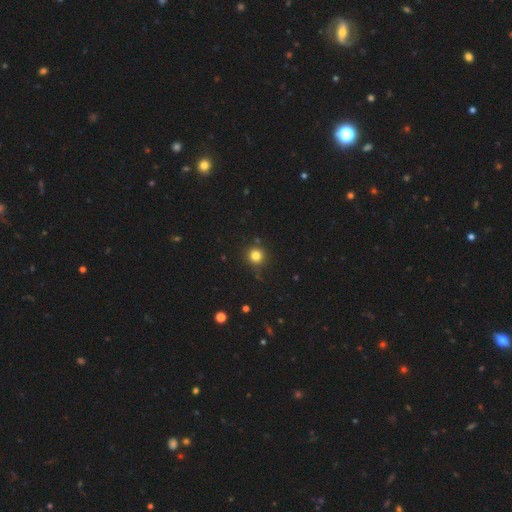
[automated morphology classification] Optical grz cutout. It shows a smooth galaxy with no disk features (82%) that is round (93%). Merging: none (83%).